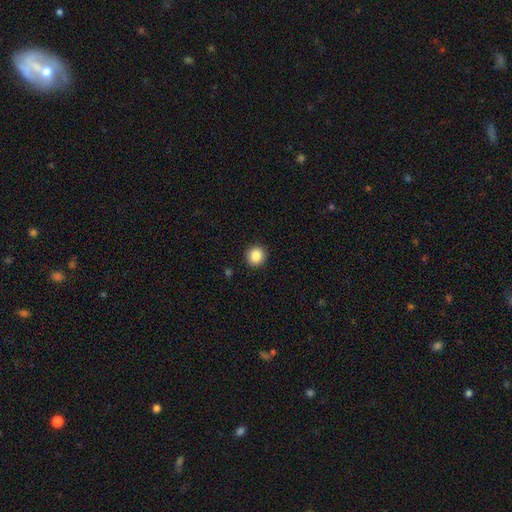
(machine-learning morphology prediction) Smooth or featured? Predicted: smooth (p=0.86). How rounded? Predicted: round (p=0.92). Merging? Predicted: none (p=0.92).